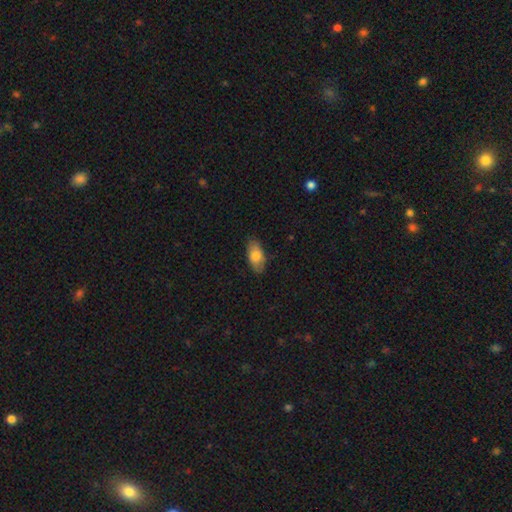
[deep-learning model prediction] Q: Smooth or featured?
A: smooth (78%); runner-up: featured or disk (15%)
Q: How rounded?
A: in between (91%); runner-up: cigar-shaped (6%)
Q: Merging?
A: none (81%); runner-up: minor disturbance (15%)